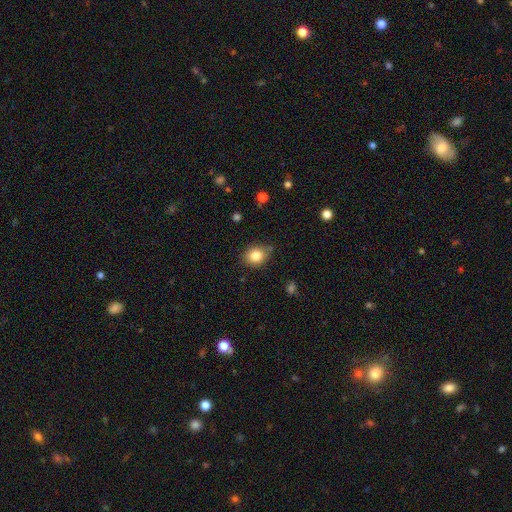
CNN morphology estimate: This appears to be a smooth galaxy with no disk features (83%) that is round (59%). Merging: none (75%).